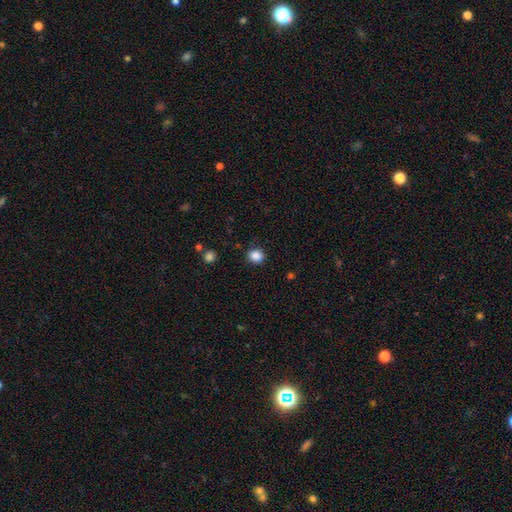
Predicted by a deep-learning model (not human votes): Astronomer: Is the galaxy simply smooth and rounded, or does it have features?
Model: smooth — 87%.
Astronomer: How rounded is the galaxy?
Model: round — 80%.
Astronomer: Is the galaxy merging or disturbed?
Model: none — 87%.